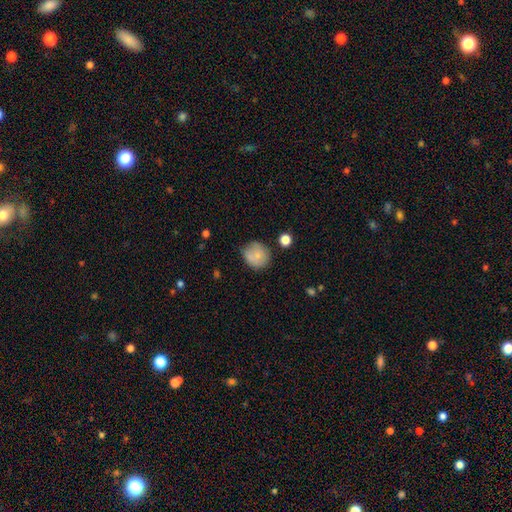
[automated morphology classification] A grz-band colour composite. It shows a smooth galaxy with no disk features (79%) that is round (80%). Merging: none (64%).